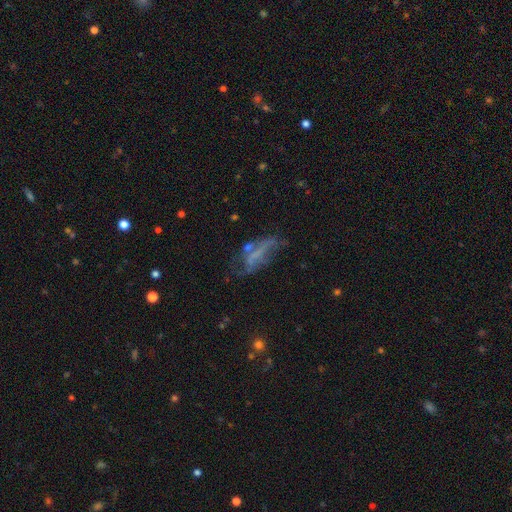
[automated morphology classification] featured or disk 48%, smooth 34%, star or artifact 17%. Down the decision tree: merging — major disturbance (35%).